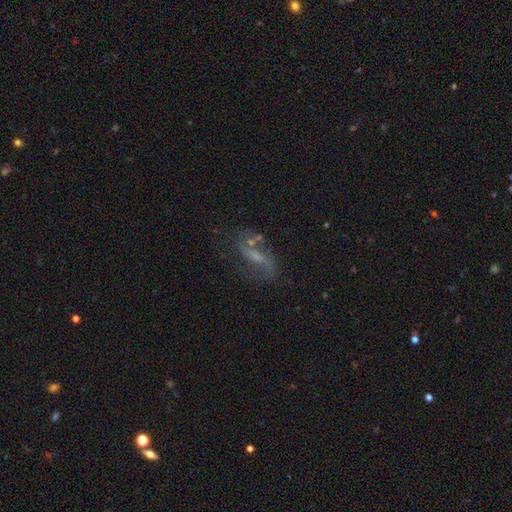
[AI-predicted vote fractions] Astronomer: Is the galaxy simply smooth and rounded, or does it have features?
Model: featured or disk — 66%.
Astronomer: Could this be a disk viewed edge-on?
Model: no — 87%.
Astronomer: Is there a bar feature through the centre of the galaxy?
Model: weak — 42% (runner-up: no, 37%).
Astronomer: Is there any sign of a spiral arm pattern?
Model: yes — 79%.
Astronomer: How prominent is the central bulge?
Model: small — 48% (runner-up: moderate, 24%).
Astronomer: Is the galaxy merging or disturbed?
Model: none — 55%.